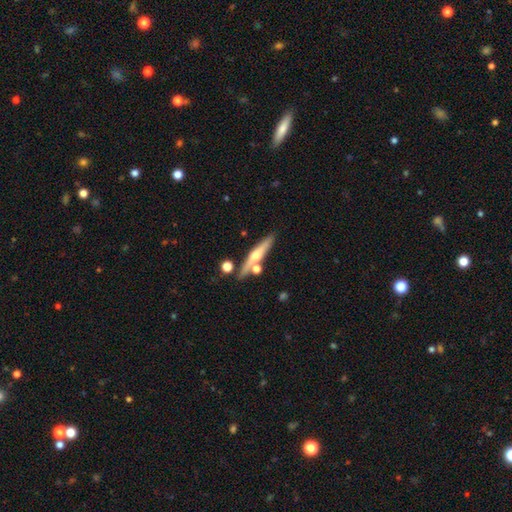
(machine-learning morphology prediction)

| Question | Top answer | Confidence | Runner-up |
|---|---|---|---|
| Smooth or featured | featured or disk | 60% | smooth (34%) |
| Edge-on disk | yes | 95% | no (5%) |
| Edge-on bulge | rounded | 88% | none (8%) |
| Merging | none | 74% | merger (12%) |